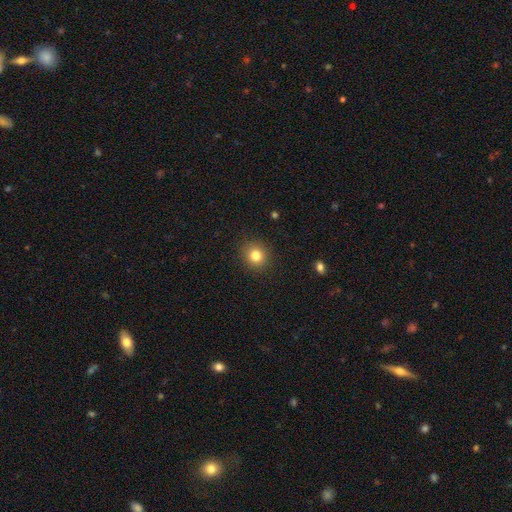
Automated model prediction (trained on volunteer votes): Smooth or featured? Predicted: smooth (p=0.82). How rounded? Predicted: round (p=0.87). Merging? Predicted: none (p=0.91).